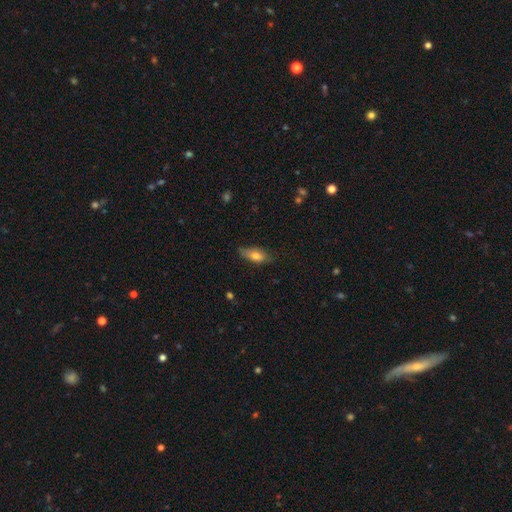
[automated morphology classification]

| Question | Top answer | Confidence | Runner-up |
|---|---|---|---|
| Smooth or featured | smooth | 74% | featured or disk (19%) |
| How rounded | in between | 77% | cigar-shaped (19%) |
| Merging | none | 71% | minor disturbance (23%) |